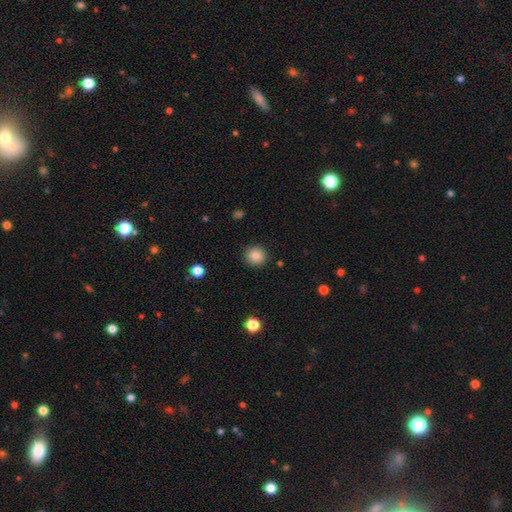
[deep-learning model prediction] smooth-or-featured: smooth: 85% | star or artifact: 10% | featured or disk: 5%
  how-rounded: round: 92% | in between: 7% | cigar-shaped: 1%
  merging: none: 91% | minor disturbance: 6% | major disturbance: 2% | merger: 1%